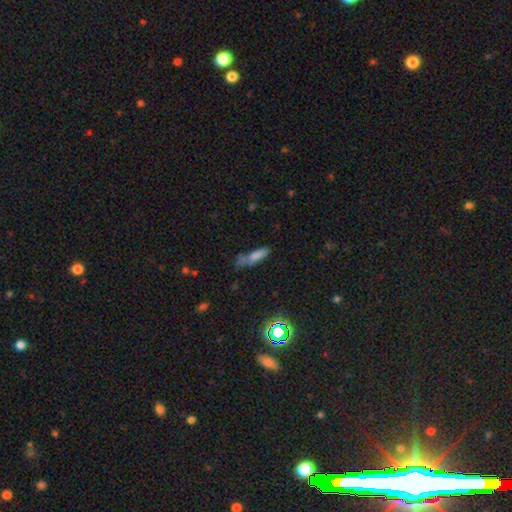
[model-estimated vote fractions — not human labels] smooth-or-featured: smooth: 55% | star or artifact: 24% | featured or disk: 21%
  how-rounded: cigar-shaped: 61% | in between: 34% | round: 5%
  merging: none: 50% | minor disturbance: 26% | major disturbance: 15% | merger: 9%